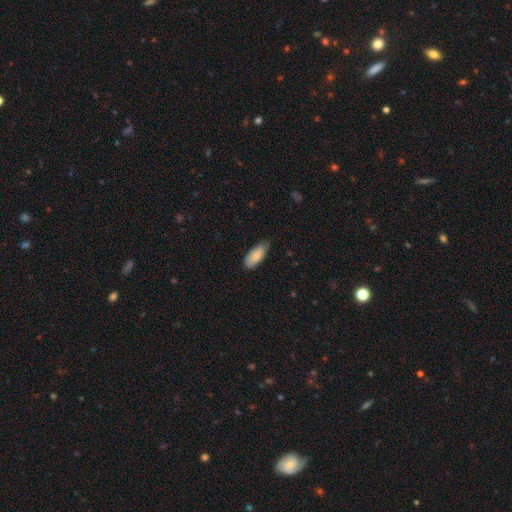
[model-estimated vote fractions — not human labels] smooth_or_featured: smooth (p=0.86) [alt: featured or disk p=0.09]
how_rounded: in between (p=0.85) [alt: cigar-shaped p=0.14]
merging: none (p=0.68) [alt: minor disturbance p=0.27]